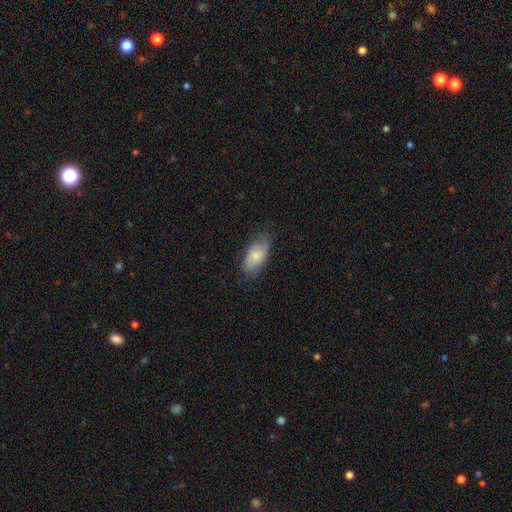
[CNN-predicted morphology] smooth-or-featured: smooth: 72% | featured or disk: 22% | star or artifact: 6%
  how-rounded: in between: 92% | cigar-shaped: 4% | round: 4%
  merging: none: 72% | minor disturbance: 22% | major disturbance: 5% | merger: 1%